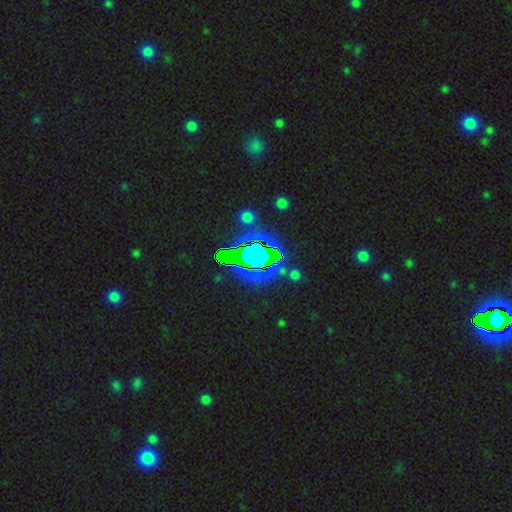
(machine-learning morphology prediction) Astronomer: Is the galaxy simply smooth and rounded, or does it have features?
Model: star or artifact — 83%.